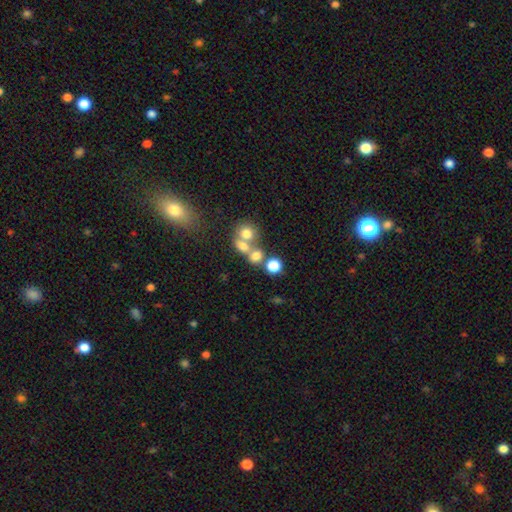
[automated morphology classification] type=smooth (67%); roundness=round (70%); merging=merger (49%).